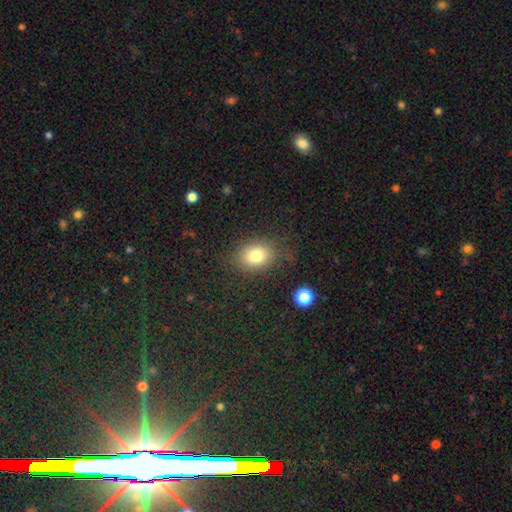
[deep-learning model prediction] Q: Smooth or featured?
A: smooth (79%); runner-up: star or artifact (11%)
Q: How rounded?
A: in between (58%); runner-up: round (41%)
Q: Merging?
A: none (76%); runner-up: minor disturbance (15%)